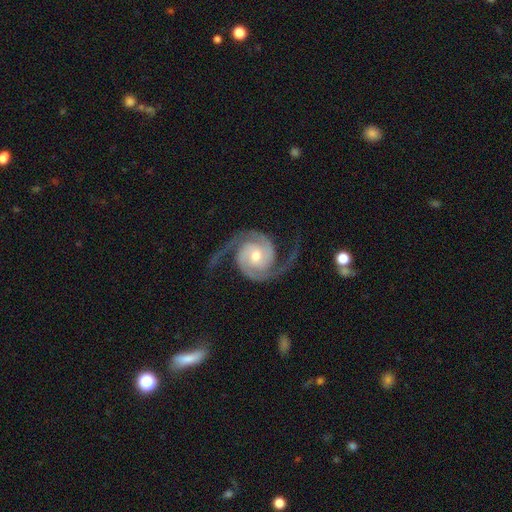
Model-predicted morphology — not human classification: A featured or disk galaxy (94%) with no bar (62%), 2 (94%) medium (51%) spiral arms (99%) and a moderate central bulge (63%). Merging: none (81%).